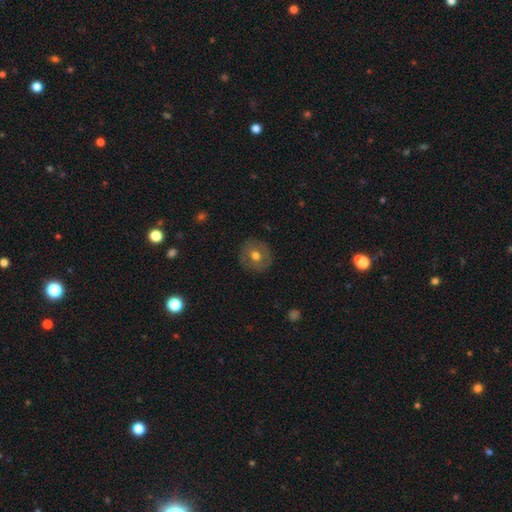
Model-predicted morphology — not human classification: Smooth or featured?
  - smooth: 62% *
  - featured or disk: 30%
  - star or artifact: 8%
How rounded?
  - round: 89% *
  - in between: 10%
  - cigar-shaped: 1%
Merging?
  - none: 87% *
  - minor disturbance: 9%
  - major disturbance: 3%
  - merger: 1%